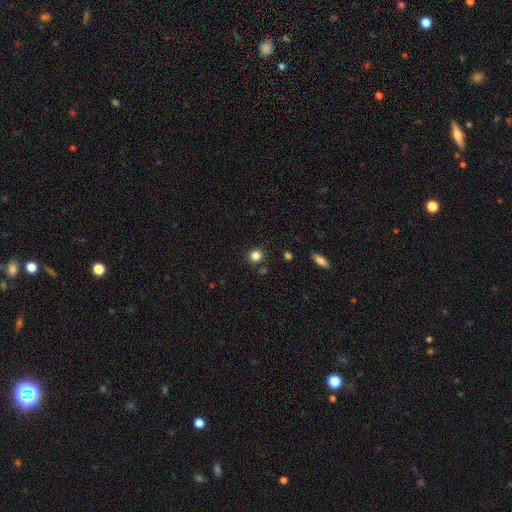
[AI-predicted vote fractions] The model was most divided on "smooth or featured": smooth: 83%, star or artifact: 12%, featured or disk: 5%. More confident: how rounded — round (90%); merging — none (86%).